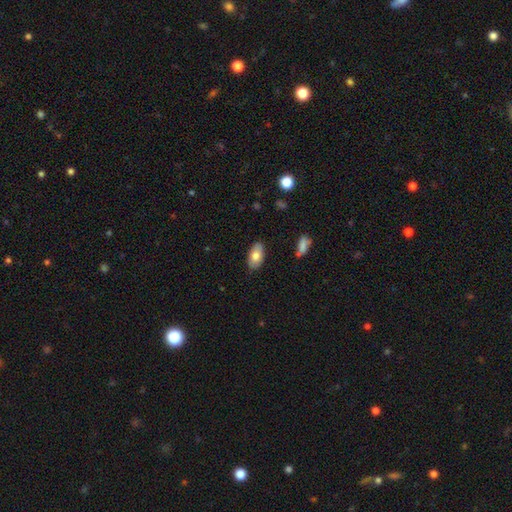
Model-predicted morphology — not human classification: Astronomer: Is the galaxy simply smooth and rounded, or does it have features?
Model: smooth — 75%.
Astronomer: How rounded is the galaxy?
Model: in between — 94%.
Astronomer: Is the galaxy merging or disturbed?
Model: none — 84%.